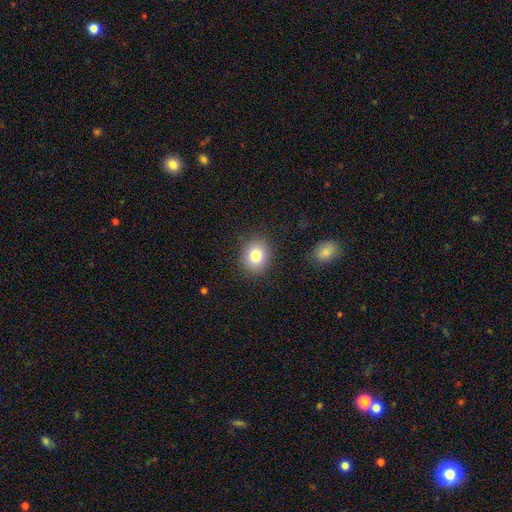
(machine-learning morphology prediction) This is likely a smooth galaxy (79%). How rounded: likely round (71%). Merging: clearly none (87%).